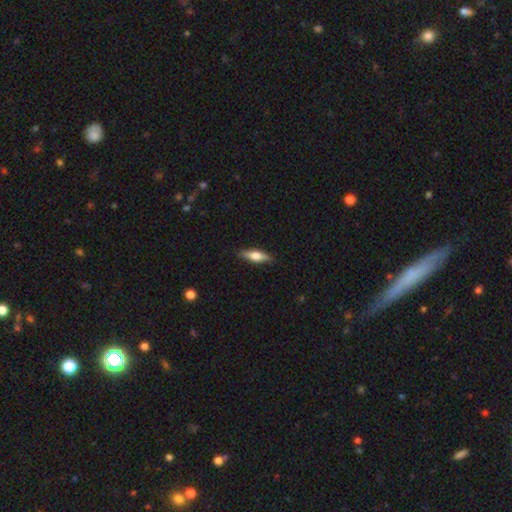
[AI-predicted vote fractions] smooth_or_featured: smooth (p=0.61) [alt: featured or disk p=0.33]
how_rounded: in between (p=0.49) [alt: cigar-shaped p=0.48]
merging: none (p=0.86) [alt: minor disturbance p=0.11]